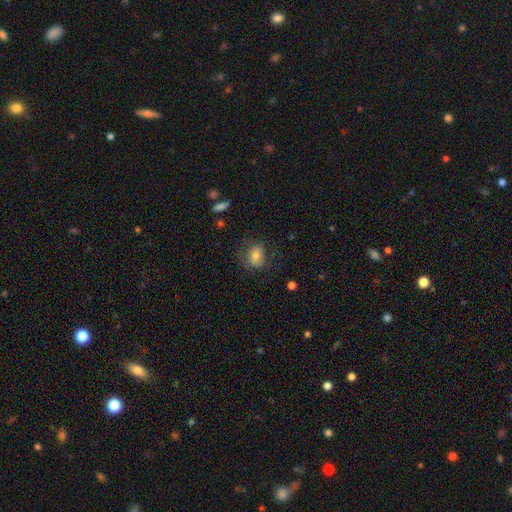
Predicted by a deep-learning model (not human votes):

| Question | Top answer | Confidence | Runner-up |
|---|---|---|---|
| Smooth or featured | smooth | 69% | featured or disk (20%) |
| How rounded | in between | 57% | round (41%) |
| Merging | none | 68% | minor disturbance (19%) |